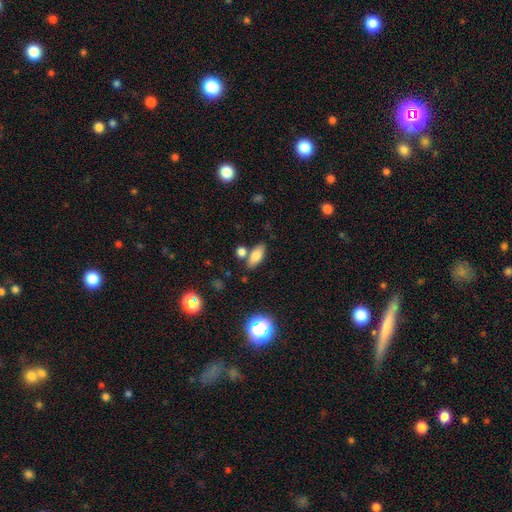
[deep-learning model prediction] Q: Smooth or featured?
A: smooth (77%); runner-up: featured or disk (13%)
Q: How rounded?
A: in between (80%); runner-up: cigar-shaped (15%)
Q: Merging?
A: none (69%); runner-up: merger (14%)